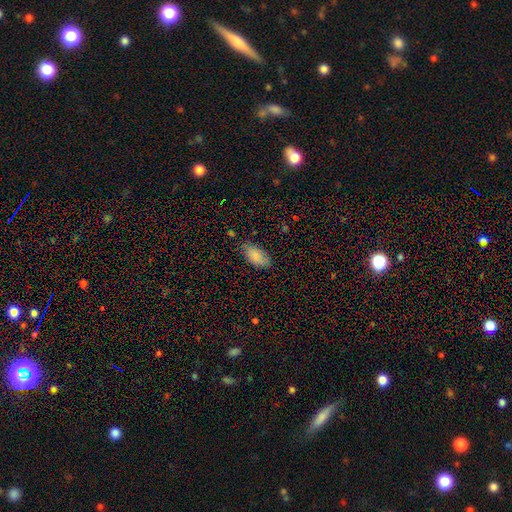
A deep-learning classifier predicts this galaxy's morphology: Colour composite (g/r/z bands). It shows a smooth galaxy with no disk features (81%) that is in between round and cigar-shaped (93%). Merging: none (71%).